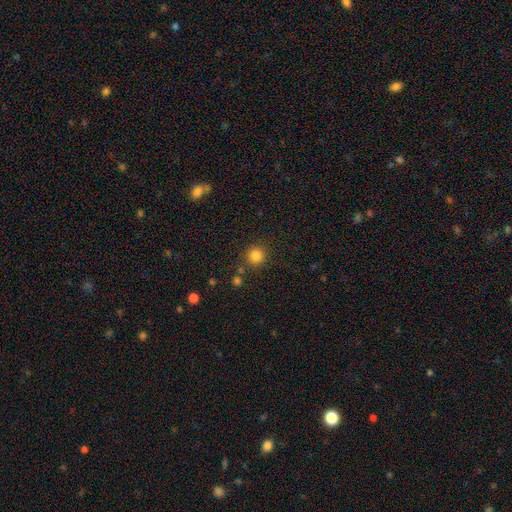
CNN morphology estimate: This appears to be a smooth galaxy with no disk features (83%) that is round (93%). Merging: none (84%).